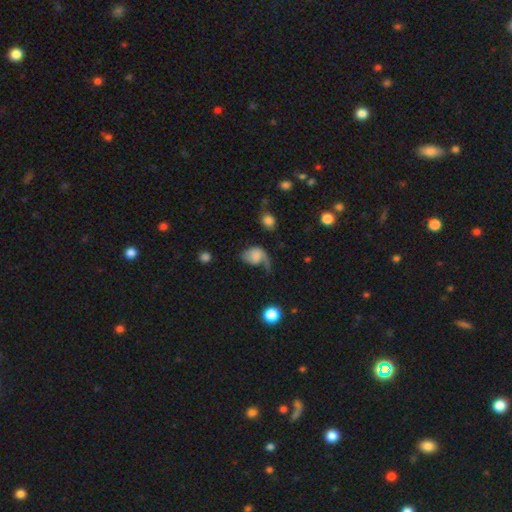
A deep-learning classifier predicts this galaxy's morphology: smooth 52%, featured or disk 39%, star or artifact 9%. Down the decision tree: how rounded — in between (65%); merging — major disturbance (49%).